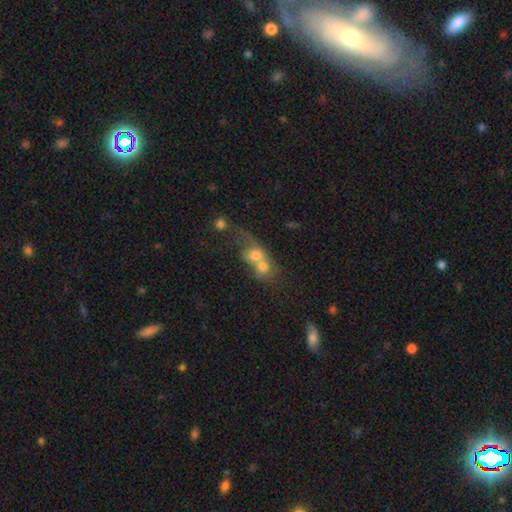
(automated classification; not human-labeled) smooth_or_featured: smooth (p=0.61) [alt: featured or disk p=0.26]
how_rounded: round (p=0.61) [alt: in between p=0.36]
merging: merger (p=0.78) [alt: none p=0.10]